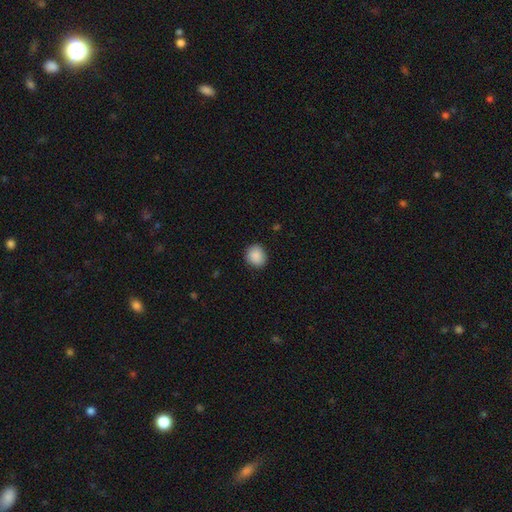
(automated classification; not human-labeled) smooth-or-featured: smooth: 89% | star or artifact: 8% | featured or disk: 3%
  how-rounded: round: 76% | in between: 23% | cigar-shaped: 1%
  merging: none: 87% | minor disturbance: 10% | major disturbance: 2% | merger: 1%